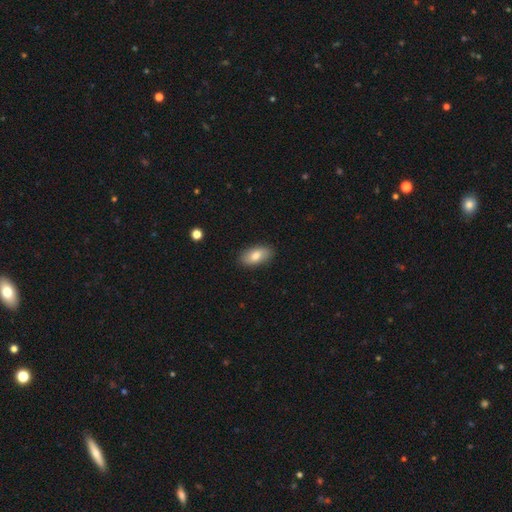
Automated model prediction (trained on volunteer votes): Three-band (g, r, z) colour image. It shows a smooth galaxy with no disk features (80%) that is in between round and cigar-shaped (92%). Merging: none (88%).